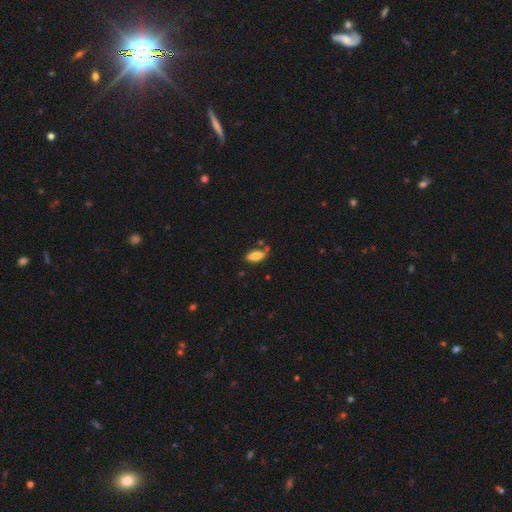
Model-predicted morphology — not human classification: smooth-or-featured: smooth: 79% | featured or disk: 14% | star or artifact: 7%
  how-rounded: in between: 82% | cigar-shaped: 16% | round: 2%
  merging: none: 64% | minor disturbance: 20% | merger: 11% | major disturbance: 5%